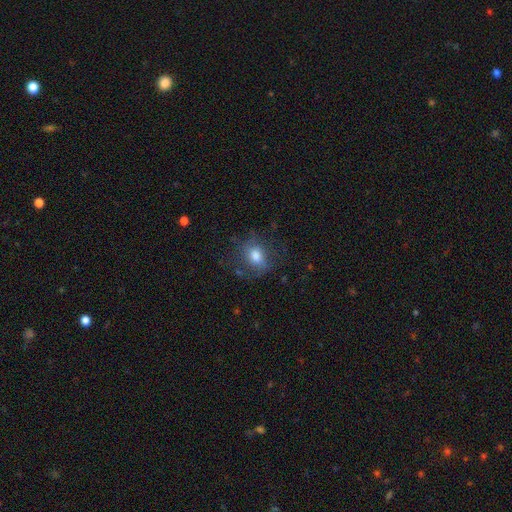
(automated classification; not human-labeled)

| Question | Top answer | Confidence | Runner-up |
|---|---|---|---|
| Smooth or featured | smooth | 69% | featured or disk (20%) |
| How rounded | in between | 55% | round (43%) |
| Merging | none | 63% | minor disturbance (21%) |